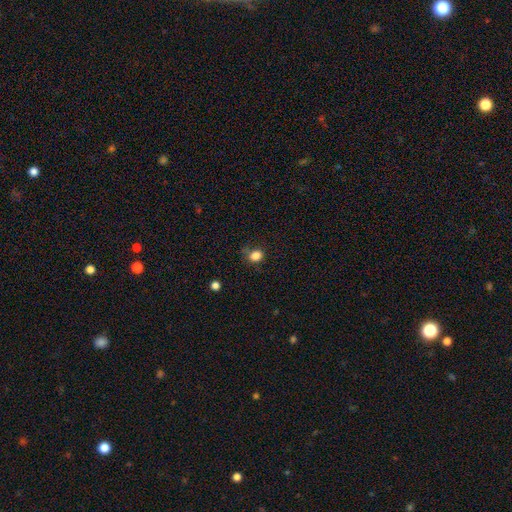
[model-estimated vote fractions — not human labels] This is clearly a smooth galaxy (84%). How rounded: likely round (61%). Merging: likely none (69%).